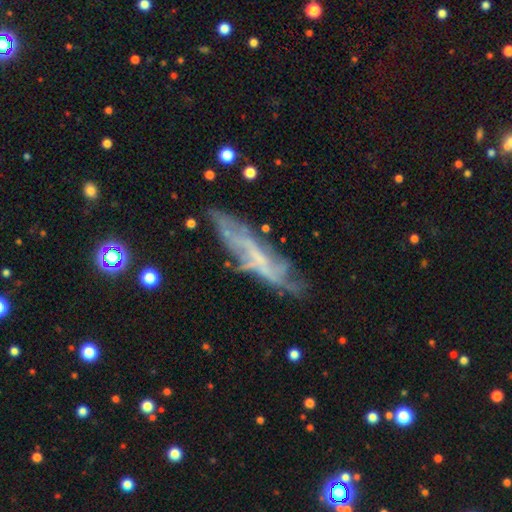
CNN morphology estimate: This appears to be a featured or disk galaxy (66%). Merging: none (62%).